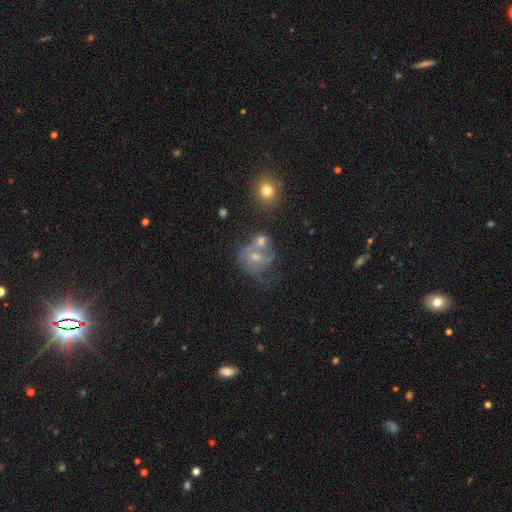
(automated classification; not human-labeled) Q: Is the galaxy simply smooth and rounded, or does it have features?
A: featured or disk — 71%.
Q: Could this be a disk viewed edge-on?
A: no — 98%.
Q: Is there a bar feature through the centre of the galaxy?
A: no — 60%.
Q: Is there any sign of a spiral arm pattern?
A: yes — 83%.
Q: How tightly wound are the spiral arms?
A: medium — 43%.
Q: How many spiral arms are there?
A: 2 — 31%, tied with can't tell.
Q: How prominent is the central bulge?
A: moderate — 48%.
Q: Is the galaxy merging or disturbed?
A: none — 35%.